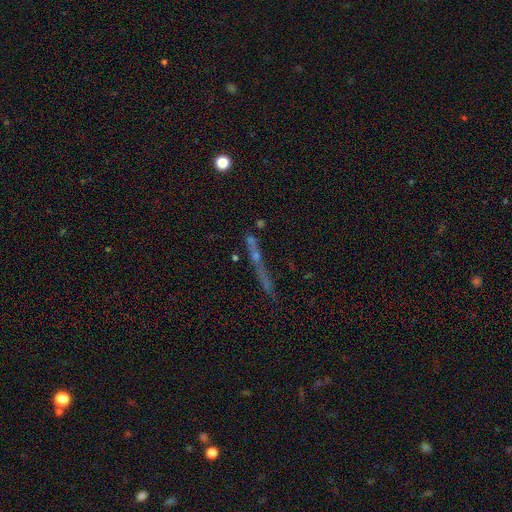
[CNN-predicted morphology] A featured or disk galaxy (41%). Merging: none (57%).